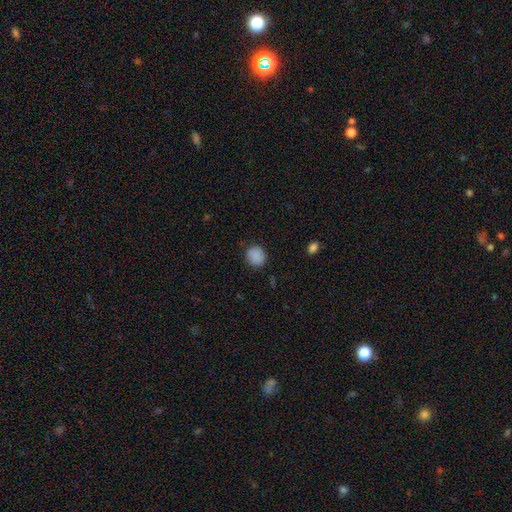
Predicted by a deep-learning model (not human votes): Overall: smooth (87%). How rounded: round (86%). Merging: none (83%).